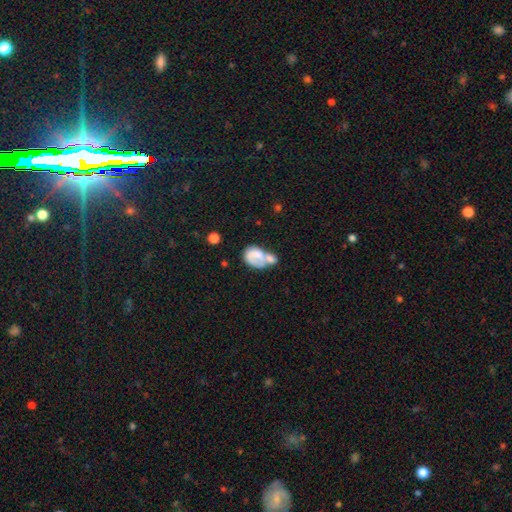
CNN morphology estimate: Smooth or featured?
  - smooth: 55% *
  - featured or disk: 37%
  - star or artifact: 8%
How rounded?
  - in between: 76% *
  - round: 23%
  - cigar-shaped: 1%
Merging?
  - merger: 53% *
  - none: 17%
  - major disturbance: 17%
  - minor disturbance: 13%